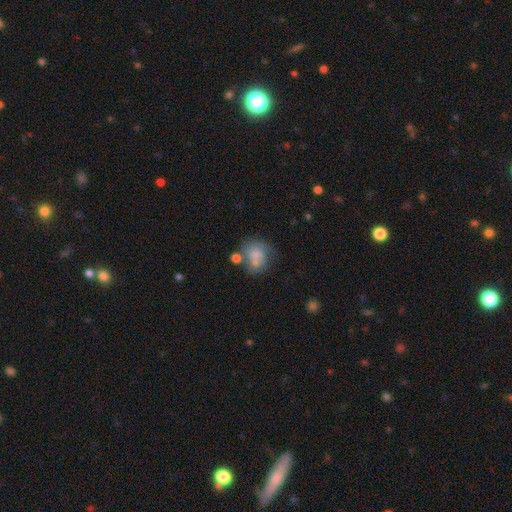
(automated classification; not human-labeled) Smooth or featured?
  - smooth: 67% *
  - featured or disk: 23%
  - star or artifact: 9%
How rounded?
  - round: 64% *
  - in between: 35%
  - cigar-shaped: 1%
Merging?
  - none: 37% *
  - merger: 24%
  - minor disturbance: 22%
  - major disturbance: 17%